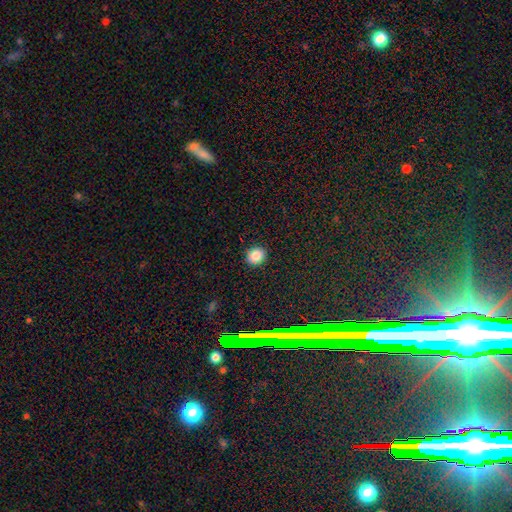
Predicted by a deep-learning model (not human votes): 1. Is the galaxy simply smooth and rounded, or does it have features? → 83% smooth, 12% star or artifact, 5% featured or disk.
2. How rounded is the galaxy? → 87% round, 12% in between, 1% cigar-shaped.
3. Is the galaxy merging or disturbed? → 90% none, 7% minor disturbance, 2% major disturbance, 1% merger.